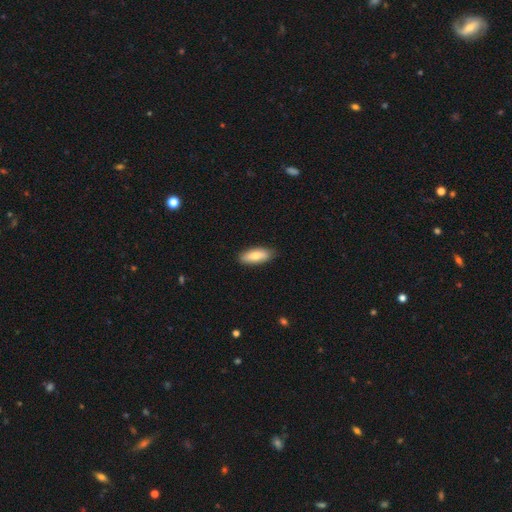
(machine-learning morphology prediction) A smooth galaxy with no disk features (77%) that is in between round and cigar-shaped (79%). Merging: none (85%).